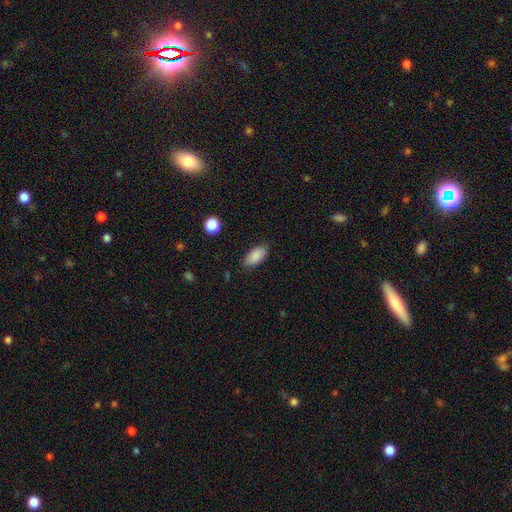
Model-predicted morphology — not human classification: Overall: smooth (87%). How rounded: in between (90%). Merging: none (84%).